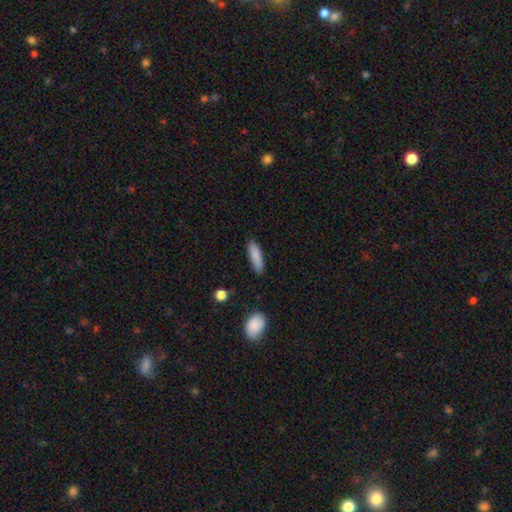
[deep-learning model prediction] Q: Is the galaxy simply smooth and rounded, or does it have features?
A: smooth — 86%.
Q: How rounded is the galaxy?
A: cigar-shaped — 60%.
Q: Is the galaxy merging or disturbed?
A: none — 85%.